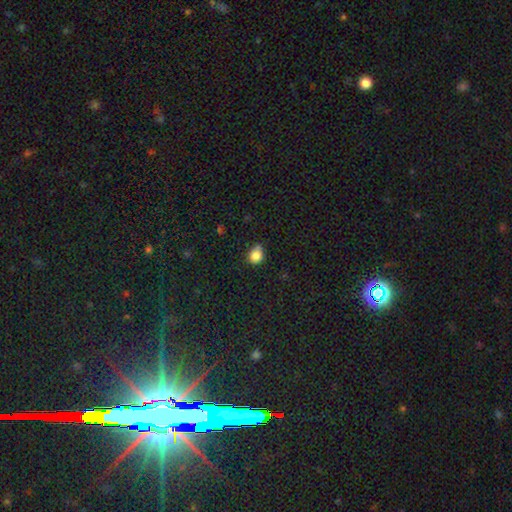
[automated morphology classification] smooth_or_featured: smooth (p=0.83) [alt: star or artifact p=0.11]
how_rounded: round (p=0.65) [alt: in between p=0.34]
merging: none (p=0.58) [alt: minor disturbance p=0.33]